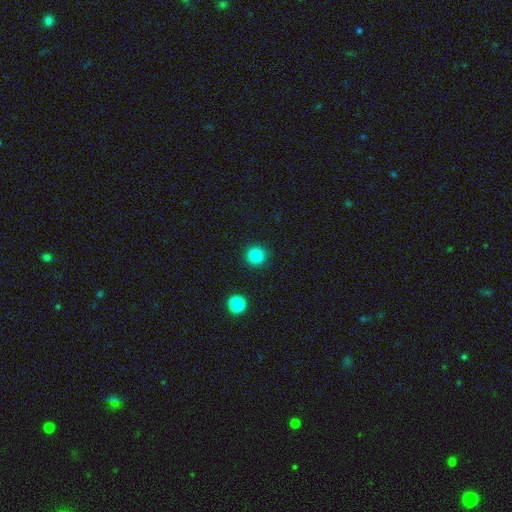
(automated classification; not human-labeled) smooth_or_featured: smooth (p=0.84) [alt: star or artifact p=0.11]
how_rounded: round (p=0.93) [alt: in between p=0.06]
merging: none (p=0.92) [alt: minor disturbance p=0.05]